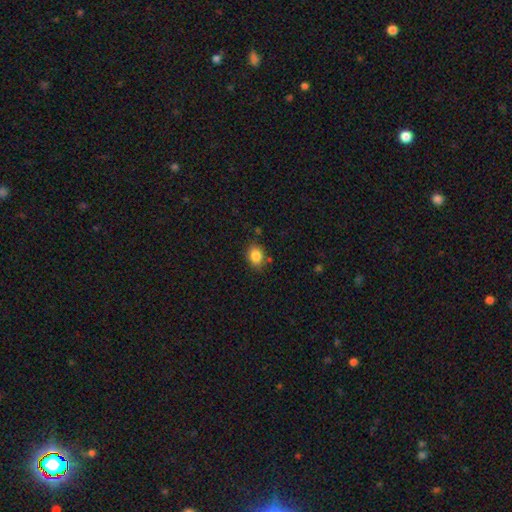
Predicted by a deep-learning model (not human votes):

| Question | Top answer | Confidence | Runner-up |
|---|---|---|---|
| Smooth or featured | smooth | 85% | star or artifact (9%) |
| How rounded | in between | 57% | round (41%) |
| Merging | none | 77% | minor disturbance (16%) |